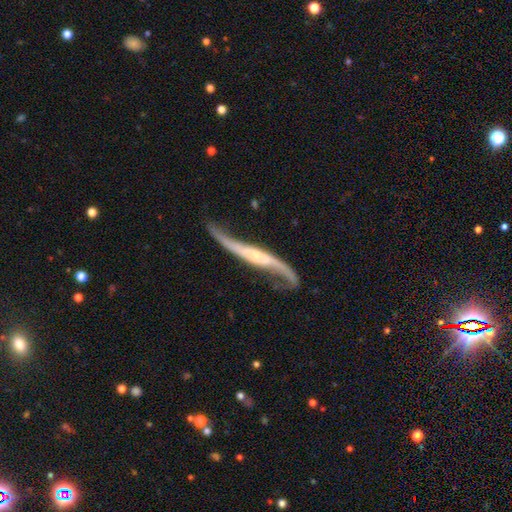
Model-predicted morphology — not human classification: Smooth or featured? Predicted: featured or disk (p=0.87). Edge-on disk? Predicted: no (p=0.64). Bar? Predicted: no (p=0.47). Spiral arms? Predicted: yes (p=0.95). Spiral winding? Predicted: loose (p=0.90). Spiral arm count? Predicted: 2 (p=0.92). Bulge size? Predicted: small (p=0.62). Merging? Predicted: none (p=0.63).